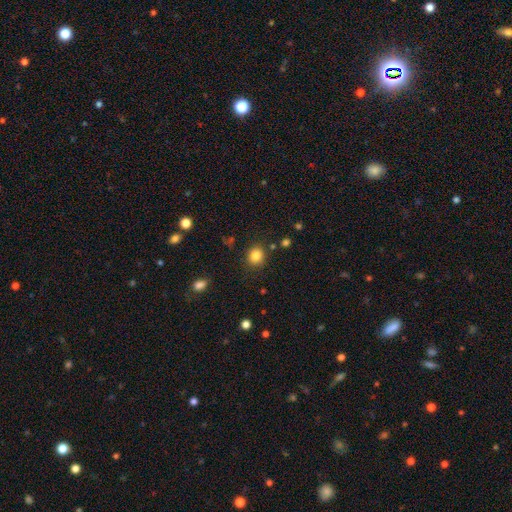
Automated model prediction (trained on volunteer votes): smooth_or_featured: smooth (p=0.84) [alt: star or artifact p=0.11]
how_rounded: round (p=0.82) [alt: in between p=0.17]
merging: none (p=0.86) [alt: minor disturbance p=0.08]